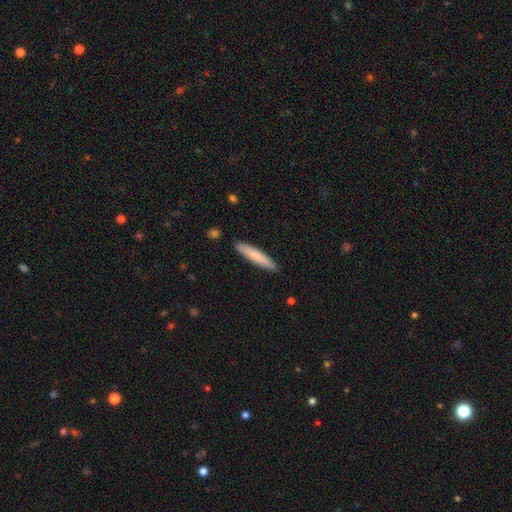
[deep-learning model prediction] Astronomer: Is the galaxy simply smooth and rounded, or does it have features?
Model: smooth — 79%.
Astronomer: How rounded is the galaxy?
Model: cigar-shaped — 91%.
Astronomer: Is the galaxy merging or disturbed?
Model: none — 89%.